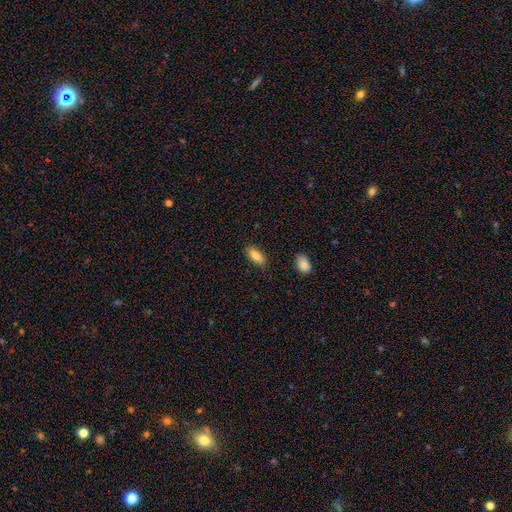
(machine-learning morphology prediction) Smooth or featured?
  - smooth: 82% *
  - featured or disk: 11%
  - star or artifact: 7%
How rounded?
  - in between: 83% *
  - cigar-shaped: 15%
  - round: 2%
Merging?
  - none: 85% *
  - minor disturbance: 11%
  - major disturbance: 2%
  - merger: 2%